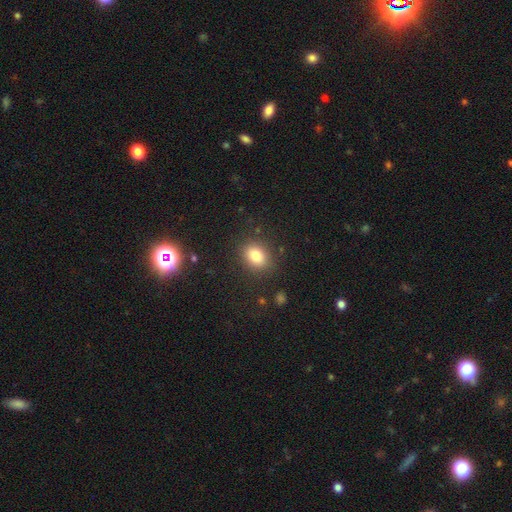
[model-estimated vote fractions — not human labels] smooth 80%, star or artifact 11%, featured or disk 8%. Down the decision tree: how rounded — in between (54%); merging — none (86%).